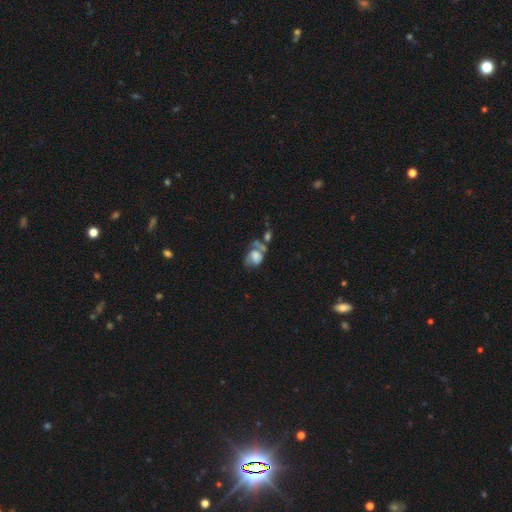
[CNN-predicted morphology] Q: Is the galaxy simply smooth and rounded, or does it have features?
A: featured or disk — 50%.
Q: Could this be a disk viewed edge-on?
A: no — 97%.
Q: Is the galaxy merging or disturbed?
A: merger — 31%.